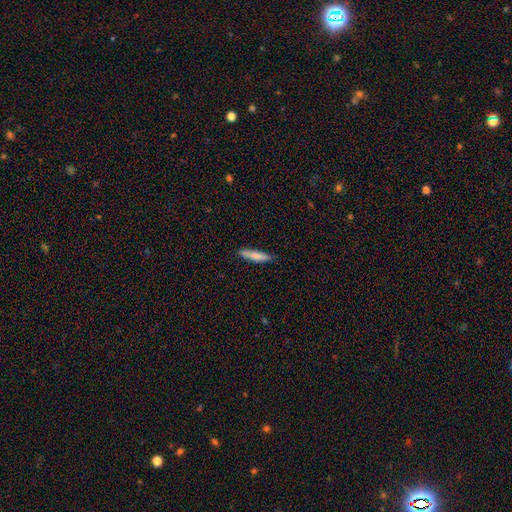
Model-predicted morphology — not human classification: Smooth or featured?
  - smooth: 75% *
  - featured or disk: 19%
  - star or artifact: 6%
How rounded?
  - cigar-shaped: 87% *
  - in between: 11%
  - round: 1%
Merging?
  - none: 87% *
  - minor disturbance: 10%
  - major disturbance: 2%
  - merger: 1%